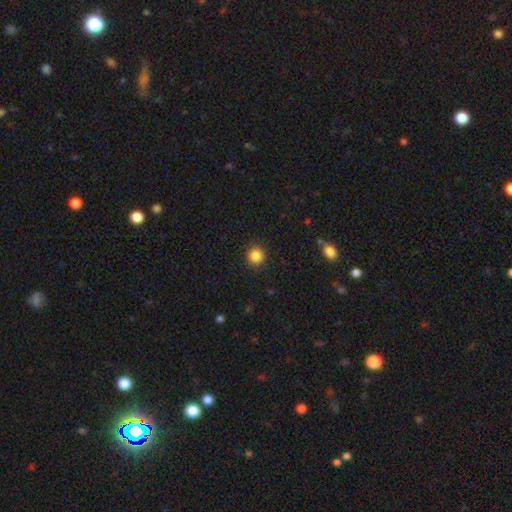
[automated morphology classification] Smooth or featured? smooth (86%)
How rounded? round (93%)
Merging? none (91%)